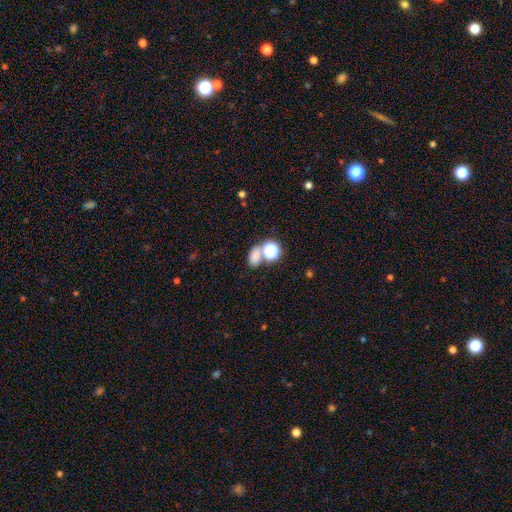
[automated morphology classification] This is likely a smooth galaxy (71%). How rounded: likely in between (64%). Merging: possibly none (51%).